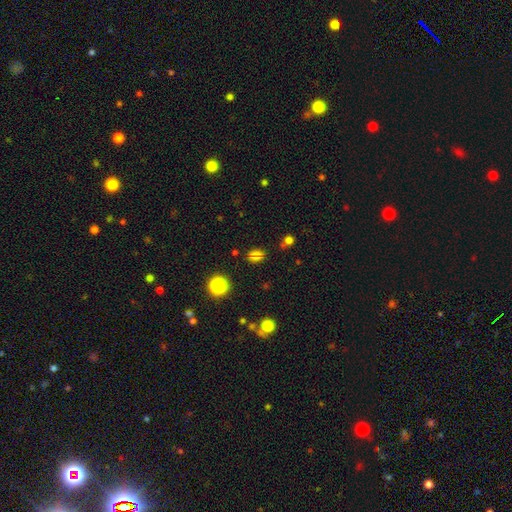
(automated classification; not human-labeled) A smooth galaxy with no disk features (64%) that is in between round and cigar-shaped (56%).

Vote fractions:
- Smooth or featured? smooth: 64% / star or artifact: 27% / featured or disk: 8%
- How rounded? in between: 56% / round: 42% / cigar-shaped: 2%
- Merging? none: 67% / minor disturbance: 17% / merger: 10% / major disturbance: 6%